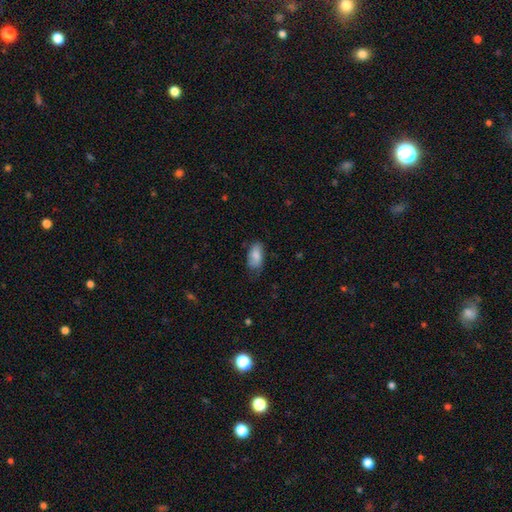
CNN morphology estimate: Smooth or featured?
  - smooth: 81% *
  - featured or disk: 12%
  - star or artifact: 7%
How rounded?
  - in between: 92% *
  - cigar-shaped: 4%
  - round: 4%
Merging?
  - none: 60% *
  - minor disturbance: 31%
  - major disturbance: 8%
  - merger: 1%